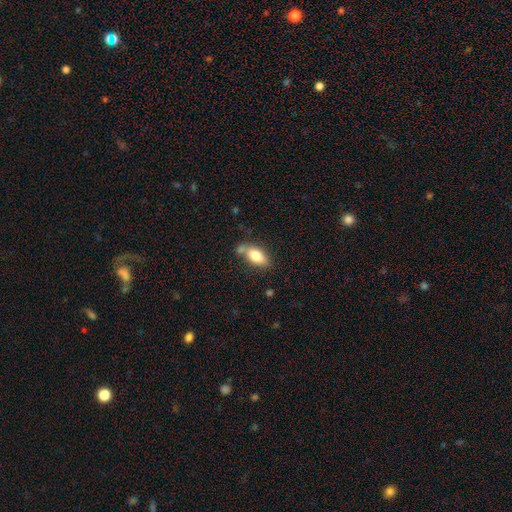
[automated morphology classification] The model was most divided on "merging": none: 62%, minor disturbance: 19%, merger: 15%, major disturbance: 5%. More confident: how rounded — in between (88%); smooth or featured — smooth (79%).